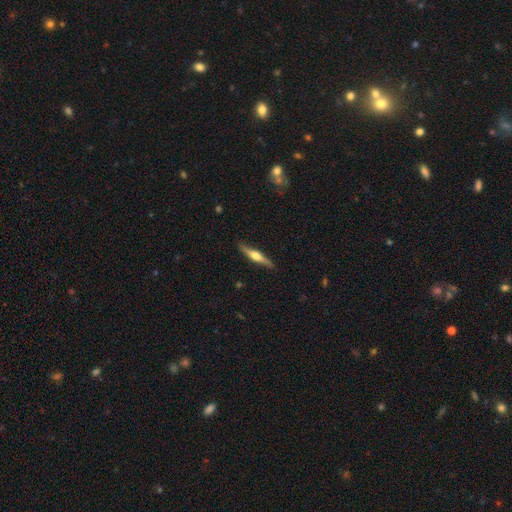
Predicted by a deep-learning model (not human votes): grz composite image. It shows a featured or disk galaxy (64%) viewed edge-on (96%) with a rounded central bulge (89%). Merging: none (86%).